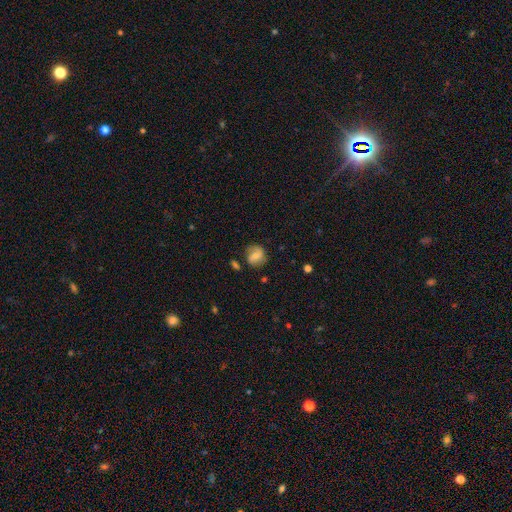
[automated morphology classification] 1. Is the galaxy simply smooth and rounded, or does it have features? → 54% smooth, 37% featured or disk, 10% star or artifact.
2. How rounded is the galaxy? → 71% round, 28% in between, 1% cigar-shaped.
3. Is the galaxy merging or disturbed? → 68% none, 21% minor disturbance, 7% major disturbance, 4% merger.